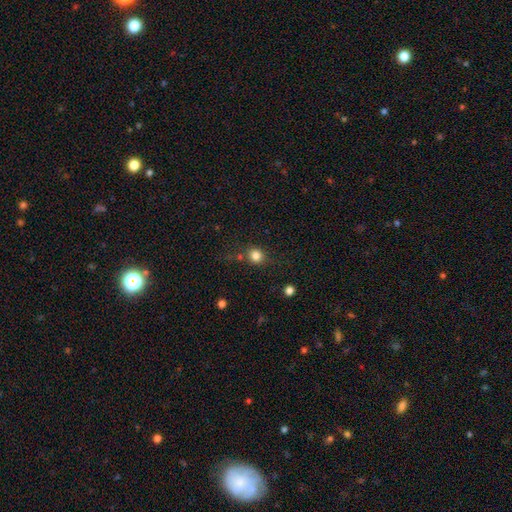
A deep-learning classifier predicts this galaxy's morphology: Smooth or featured? smooth (83%)
How rounded? round (84%)
Merging? none (76%)